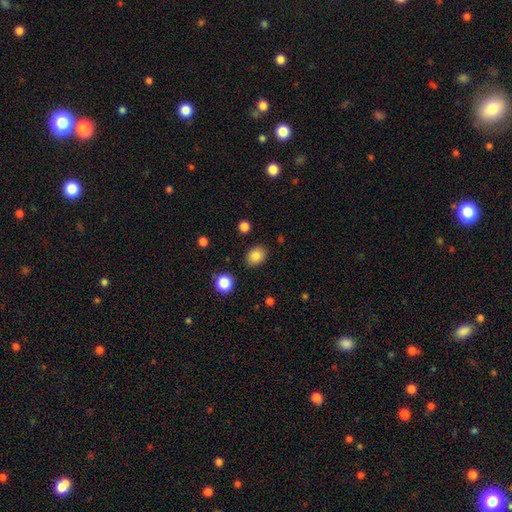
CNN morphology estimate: Overall: smooth (84%). How rounded: in between (60%; round 39%). Merging: none (86%).